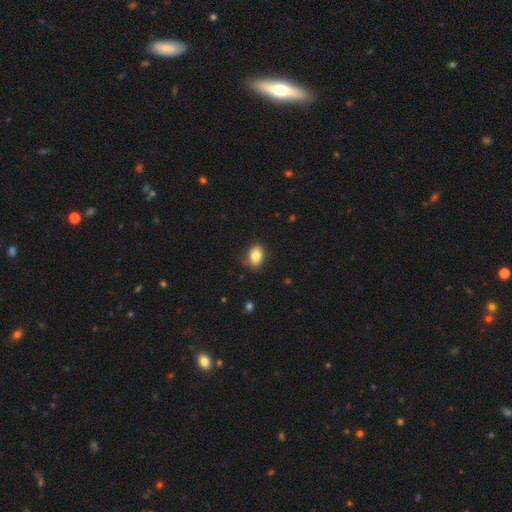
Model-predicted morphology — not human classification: Smooth or featured? smooth (84%)
How rounded? in between (84%)
Merging? none (82%)